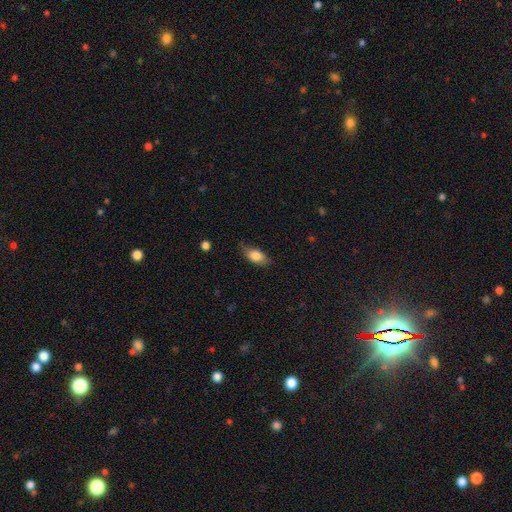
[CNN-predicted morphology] Smooth or featured: smooth — 79% (featured or disk — 14%)
How rounded: in between — 86% (cigar-shaped — 7%)
Merging: none — 70% (minor disturbance — 24%)